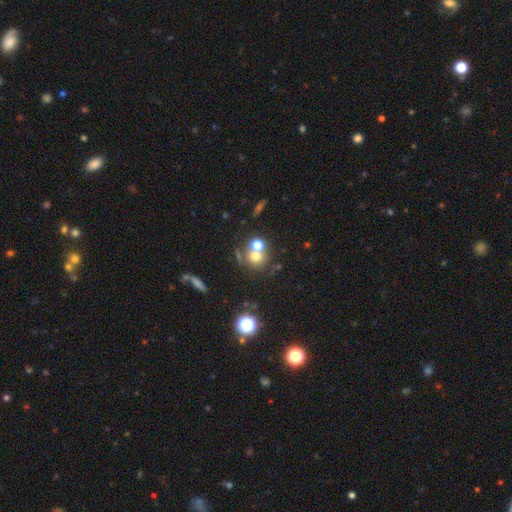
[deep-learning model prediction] Smooth or featured? Predicted: smooth (p=0.66). How rounded? Predicted: round (p=0.84). Merging? Predicted: none (p=0.48).